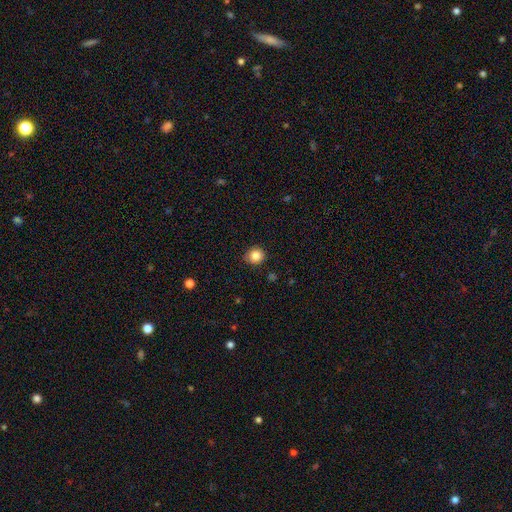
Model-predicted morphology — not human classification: Overall: smooth (86%). How rounded: round (88%). Merging: none (86%).